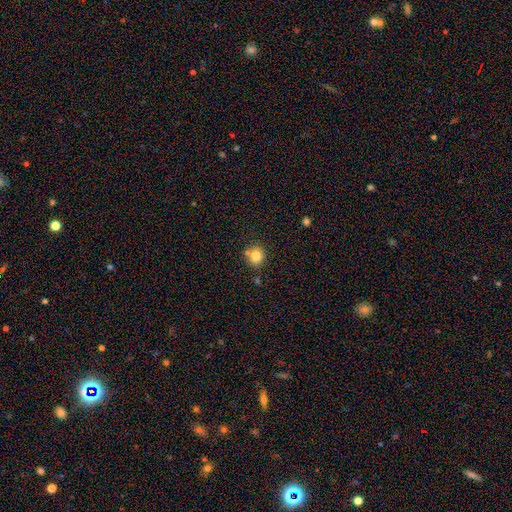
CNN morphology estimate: smooth-or-featured: smooth: 82% | star or artifact: 11% | featured or disk: 7%
  how-rounded: round: 83% | in between: 16% | cigar-shaped: 1%
  merging: none: 75% | minor disturbance: 11% | merger: 11% | major disturbance: 3%